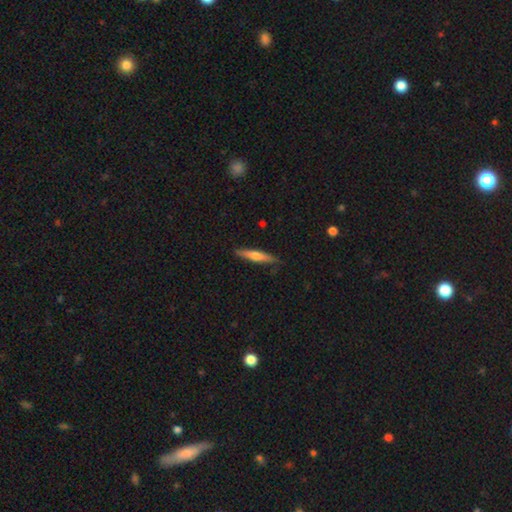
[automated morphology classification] Q: Smooth or featured?
A: smooth (54%); runner-up: featured or disk (40%)
Q: How rounded?
A: cigar-shaped (89%); runner-up: in between (10%)
Q: Merging?
A: none (85%); runner-up: minor disturbance (12%)